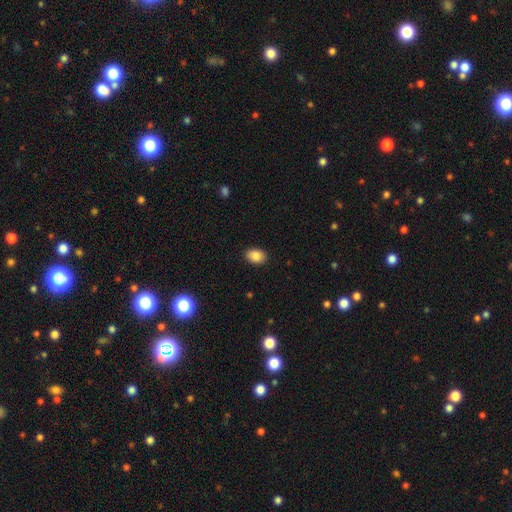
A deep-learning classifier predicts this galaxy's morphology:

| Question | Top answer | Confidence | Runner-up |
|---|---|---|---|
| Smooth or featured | smooth | 87% | star or artifact (8%) |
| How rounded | in between | 79% | round (20%) |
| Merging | none | 89% | minor disturbance (8%) |